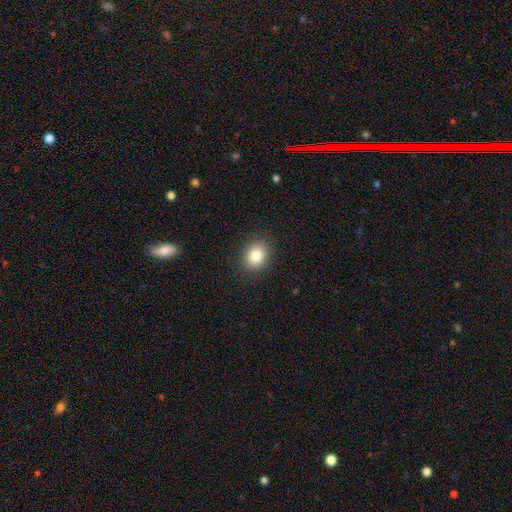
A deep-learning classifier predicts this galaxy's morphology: Smooth or featured? Predicted: smooth (p=0.83). How rounded? Predicted: round (p=0.59). Merging? Predicted: none (p=0.89).